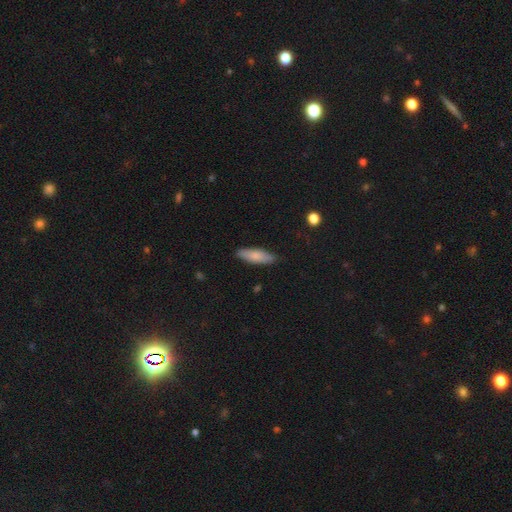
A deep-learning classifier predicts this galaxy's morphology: type=smooth (77%); roundness=in between (53%); merging=none (84%).